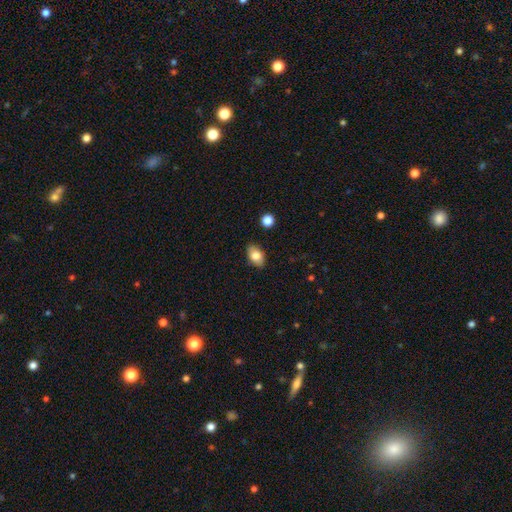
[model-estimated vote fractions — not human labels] This appears to be a smooth galaxy with no disk features (79%) that is in between round and cigar-shaped (89%). Merging: none (86%).